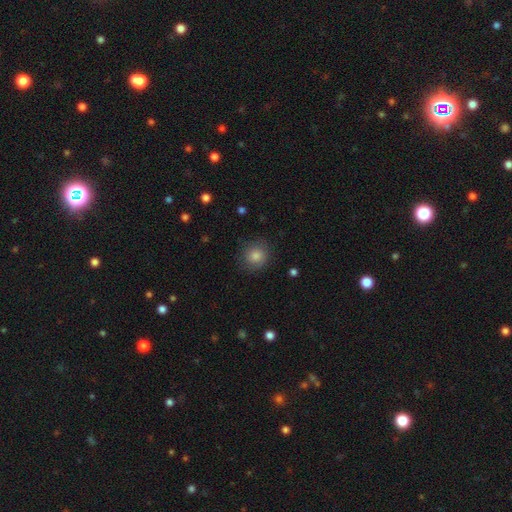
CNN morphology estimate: This is clearly a smooth galaxy (81%). How rounded: clearly round (90%). Merging: clearly none (87%).